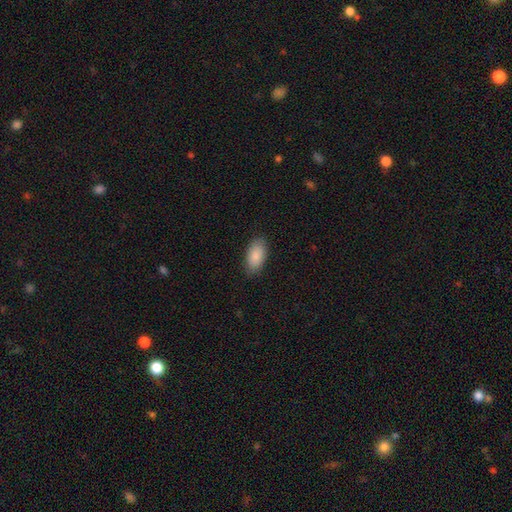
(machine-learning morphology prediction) Overall: smooth (88%). How rounded: in between (94%). Merging: none (86%).